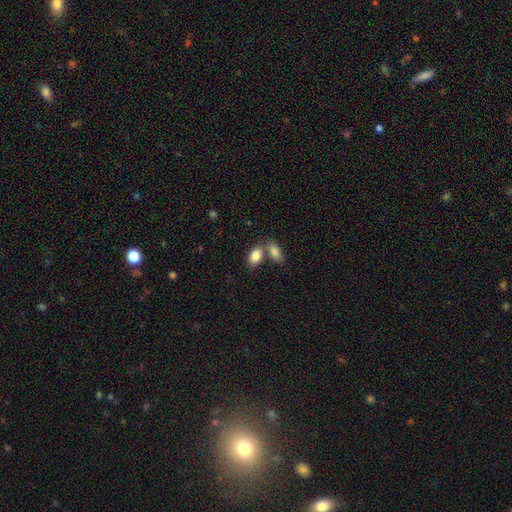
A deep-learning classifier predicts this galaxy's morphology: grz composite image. It shows a smooth galaxy with no disk features (84%) that is in between round and cigar-shaped (90%). Merging: merger (47%).